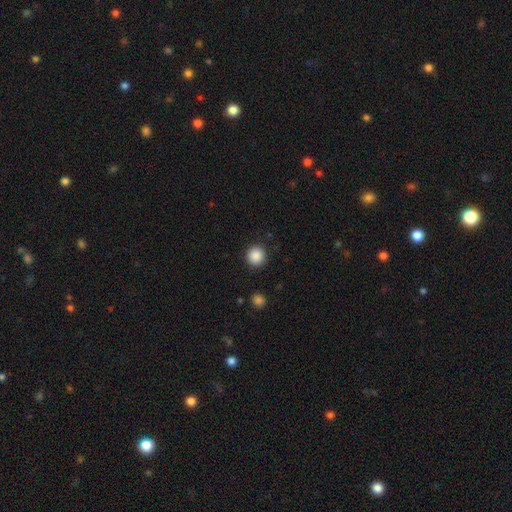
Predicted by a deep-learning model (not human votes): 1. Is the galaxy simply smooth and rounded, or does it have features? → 89% smooth, 9% star or artifact, 3% featured or disk.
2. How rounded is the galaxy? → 94% round, 5% in between, 1% cigar-shaped.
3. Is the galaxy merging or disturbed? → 91% none, 6% minor disturbance, 2% major disturbance, 1% merger.